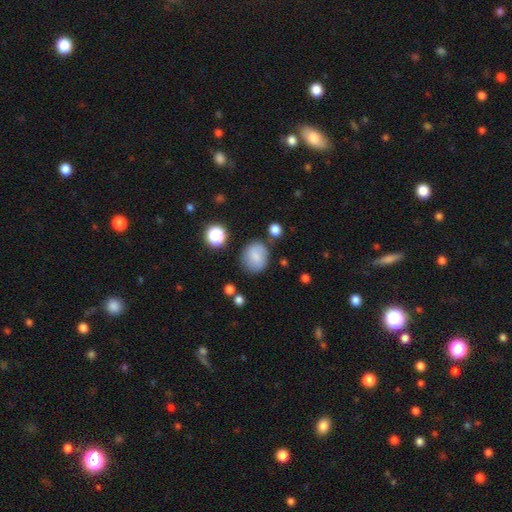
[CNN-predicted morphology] Smooth or featured? smooth (75%)
How rounded? round (66%)
Merging? none (73%)